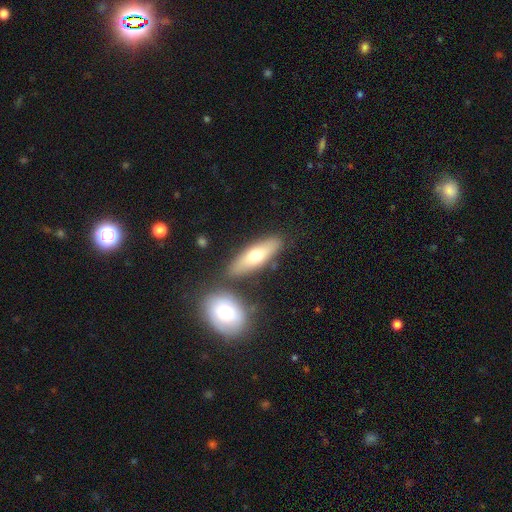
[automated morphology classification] Smooth or featured? Predicted: smooth (p=0.62). How rounded? Predicted: in between (p=0.51). Merging? Predicted: none (p=0.77).